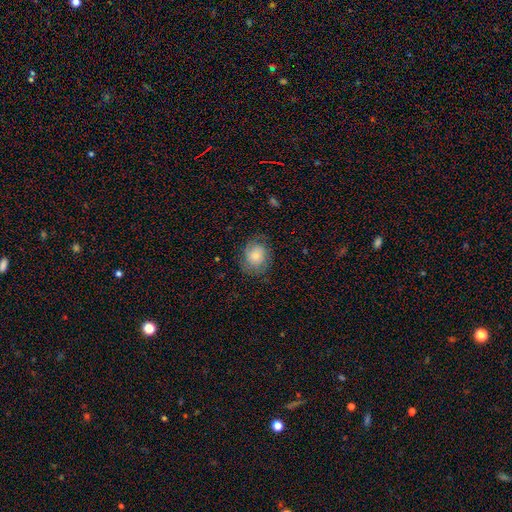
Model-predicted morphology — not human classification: smooth-or-featured: smooth: 66% | featured or disk: 26% | star or artifact: 8%
  how-rounded: round: 62% | in between: 38% | cigar-shaped: 1%
  merging: none: 69% | minor disturbance: 21% | major disturbance: 9% | merger: 1%